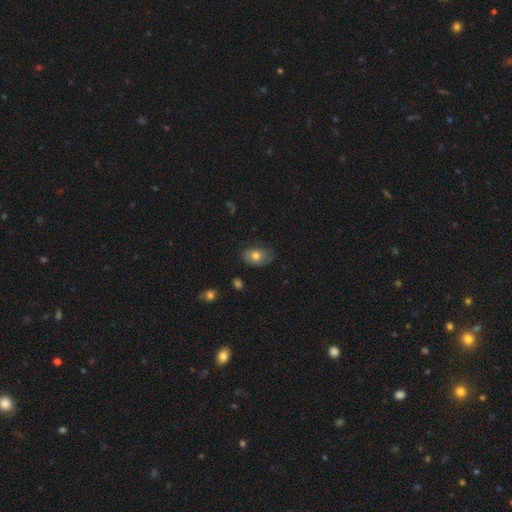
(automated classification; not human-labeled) The model was most divided on "merging": none: 67%, minor disturbance: 26%, major disturbance: 6%, merger: 1%. More confident: how rounded — in between (78%); smooth or featured — smooth (69%).